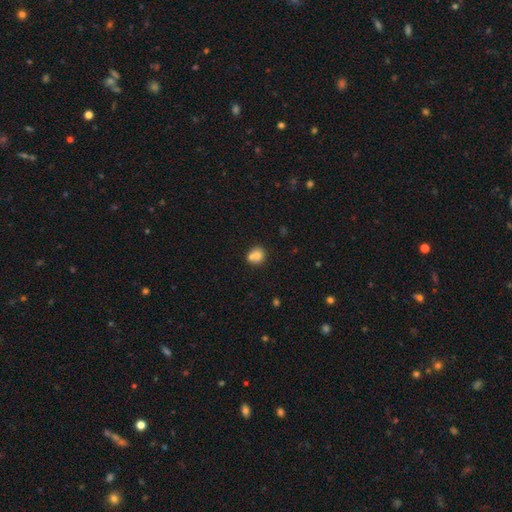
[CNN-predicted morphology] Q: Smooth or featured?
A: smooth (73%); runner-up: featured or disk (17%)
Q: How rounded?
A: round (75%); runner-up: in between (24%)
Q: Merging?
A: merger (44%); runner-up: none (43%)